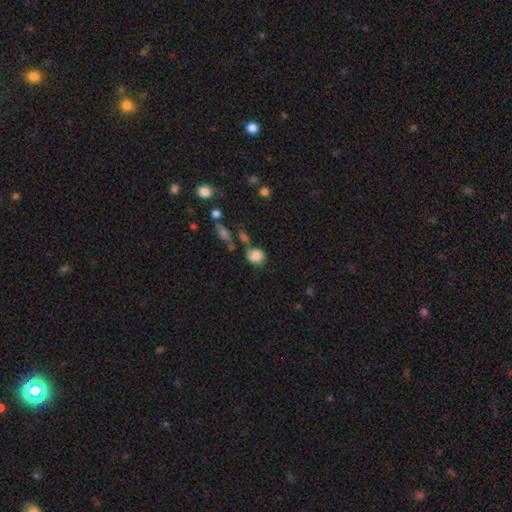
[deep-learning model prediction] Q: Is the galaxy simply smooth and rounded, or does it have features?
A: smooth — 84%.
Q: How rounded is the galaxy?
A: round — 73%.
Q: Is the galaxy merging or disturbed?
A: none — 55%.